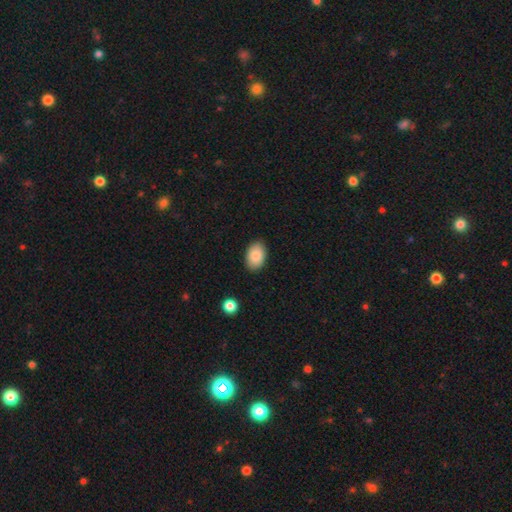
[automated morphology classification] Smooth or featured?
  - smooth: 88% *
  - star or artifact: 7%
  - featured or disk: 5%
How rounded?
  - in between: 89% *
  - round: 10%
  - cigar-shaped: 1%
Merging?
  - none: 88% *
  - minor disturbance: 9%
  - major disturbance: 2%
  - merger: 1%